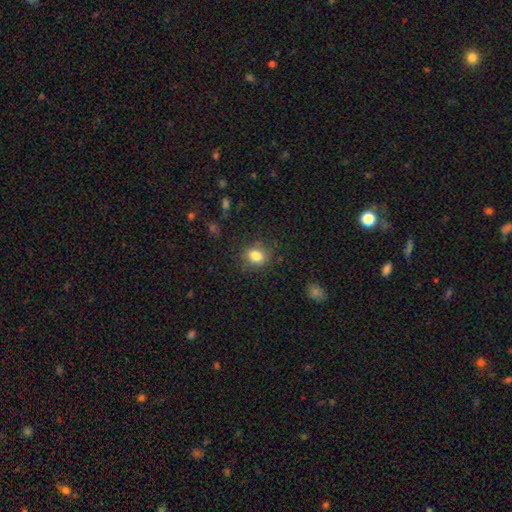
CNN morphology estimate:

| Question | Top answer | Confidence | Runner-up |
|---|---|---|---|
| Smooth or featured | smooth | 83% | star or artifact (10%) |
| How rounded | round | 52% | in between (47%) |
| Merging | none | 82% | minor disturbance (13%) |